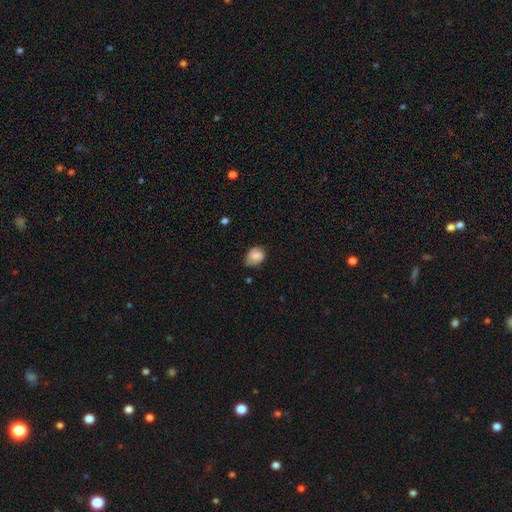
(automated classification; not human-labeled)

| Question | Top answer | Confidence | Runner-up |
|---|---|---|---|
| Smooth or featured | smooth | 78% | featured or disk (14%) |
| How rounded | in between | 62% | round (37%) |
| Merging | none | 56% | minor disturbance (35%) |